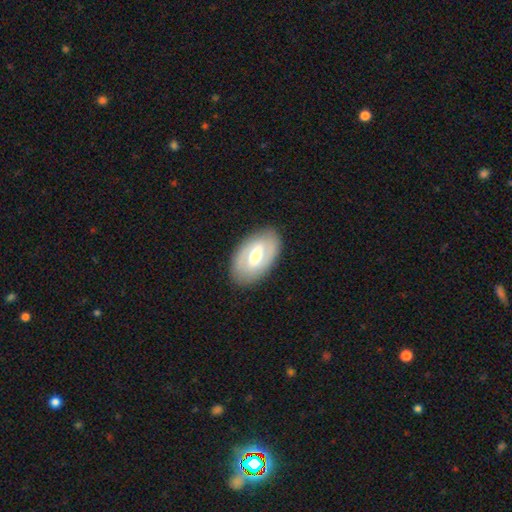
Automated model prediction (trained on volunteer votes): Morphology: type=featured or disk (60%); edge-on=no (91%); bar=weak (43%); spiral arms=no (54%); bulge=moderate (67%); merging=none (85%).